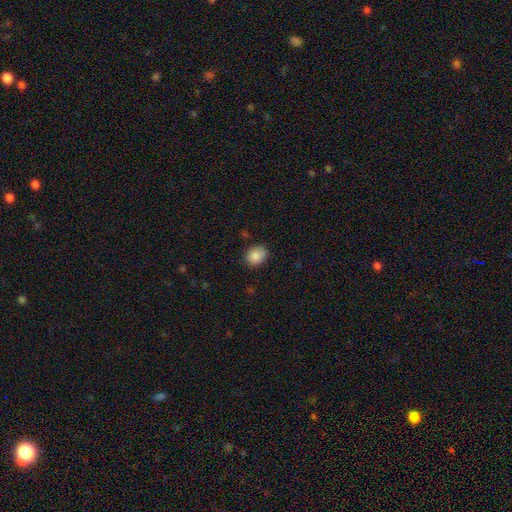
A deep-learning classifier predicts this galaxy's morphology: This is clearly a smooth galaxy (87%). How rounded: possibly round (55%). Merging: clearly none (83%).